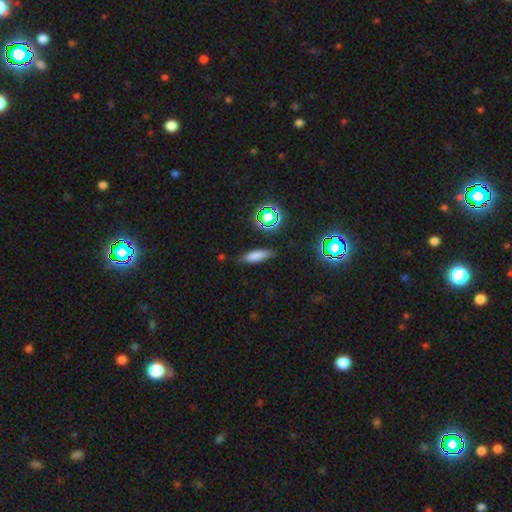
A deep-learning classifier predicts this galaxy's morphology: Smooth or featured: smooth — 71% (star or artifact — 17%)
How rounded: cigar-shaped — 51% (in between — 46%)
Merging: none — 79% (minor disturbance — 15%)